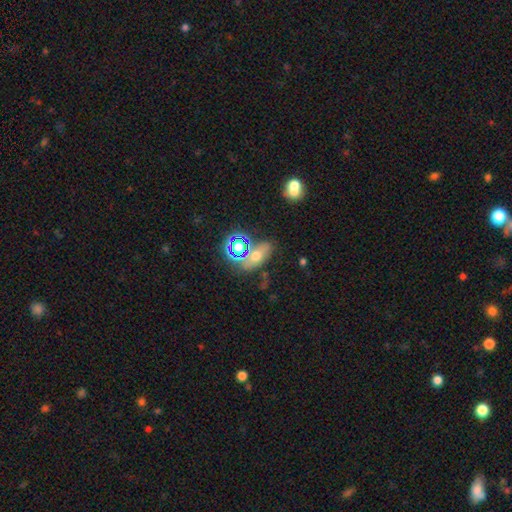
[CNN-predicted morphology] A star or artifact, not a galaxy (49%).

Vote fractions:
- Smooth or featured? star or artifact: 49% / smooth: 33% / featured or disk: 18%